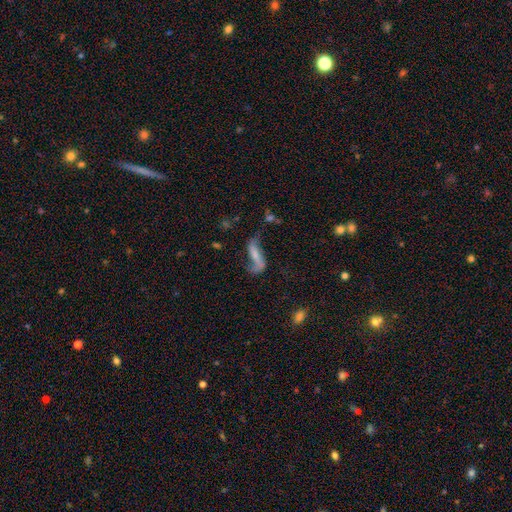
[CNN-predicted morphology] Smooth or featured? Predicted: featured or disk (p=0.62). Edge-on disk? Predicted: no (p=0.86). Bar? Predicted: strong (p=0.37). Spiral arms? Predicted: yes (p=0.79). Bulge size? Predicted: small (p=0.40). Merging? Predicted: none (p=0.41).